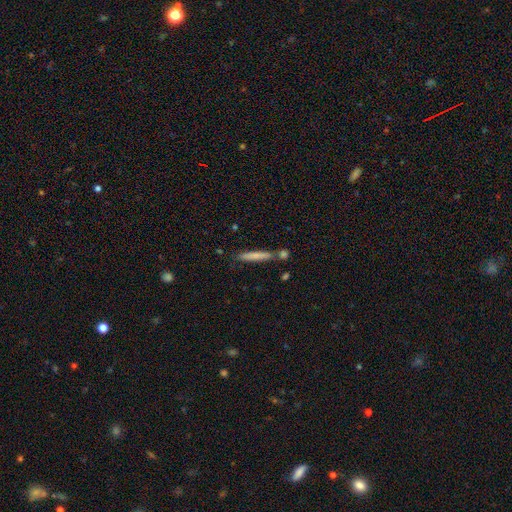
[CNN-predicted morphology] A smooth galaxy with no disk features (70%) that is cigar-shaped (94%). Merging: none (75%).